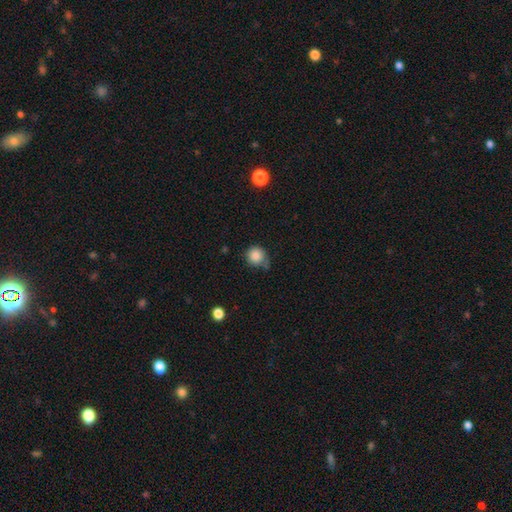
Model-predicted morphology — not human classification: smooth 86%, star or artifact 10%, featured or disk 4%. Down the decision tree: how rounded — round (92%); merging — none (63%).